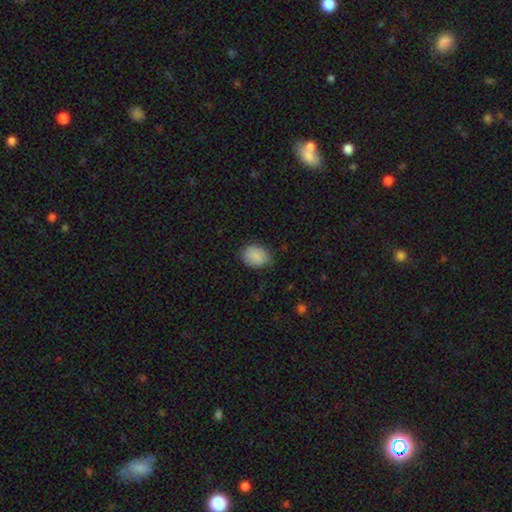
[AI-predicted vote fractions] Q: Smooth or featured?
A: smooth (88%); runner-up: star or artifact (7%)
Q: How rounded?
A: in between (52%); runner-up: round (47%)
Q: Merging?
A: none (77%); runner-up: minor disturbance (18%)